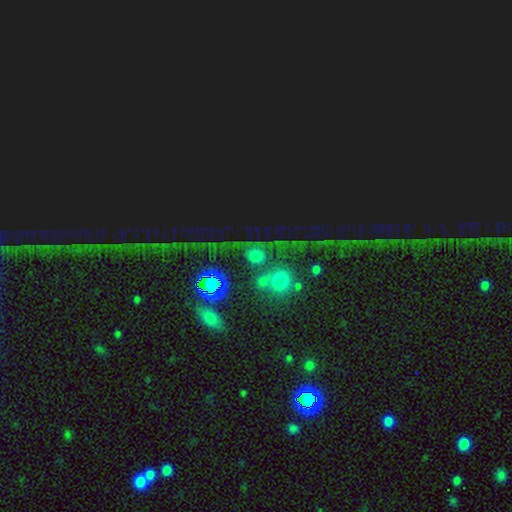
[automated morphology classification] This appears to be a star or artifact, not a galaxy (40%).